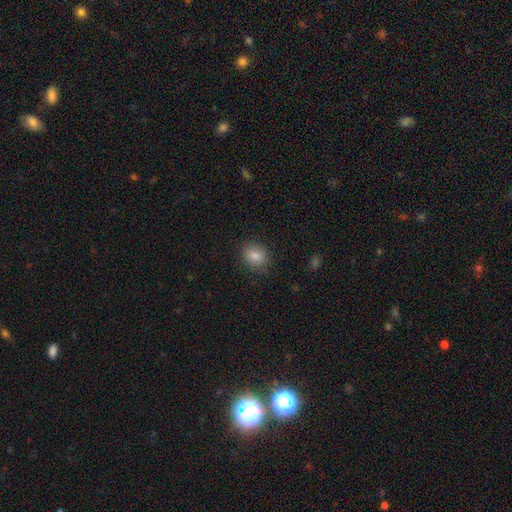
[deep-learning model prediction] Morphology: type=smooth (84%); roundness=round (65%); merging=none (87%).